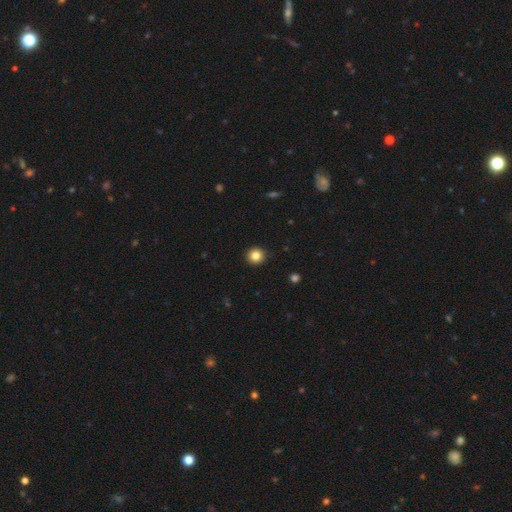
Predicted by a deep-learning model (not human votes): A smooth galaxy with no disk features (84%) that is round (94%).

Vote fractions:
- Smooth or featured? smooth: 84% / star or artifact: 11% / featured or disk: 5%
- How rounded? round: 94% / in between: 5% / cigar-shaped: 1%
- Merging? none: 91% / minor disturbance: 6% / major disturbance: 2% / merger: 1%